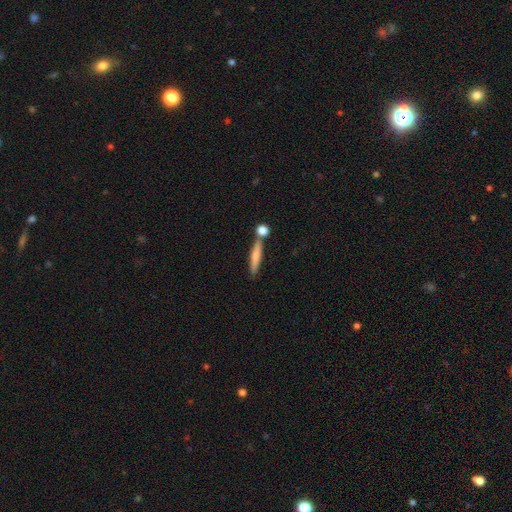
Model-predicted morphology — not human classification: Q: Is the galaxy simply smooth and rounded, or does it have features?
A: smooth — 69%.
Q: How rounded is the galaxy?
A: cigar-shaped — 86%.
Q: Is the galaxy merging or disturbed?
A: none — 71%.